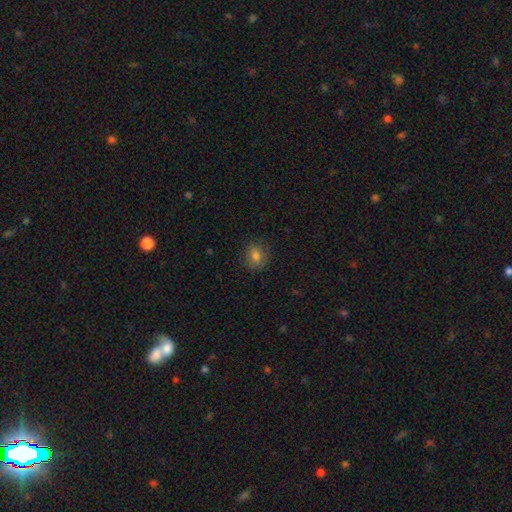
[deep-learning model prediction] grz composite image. It shows a smooth galaxy with no disk features (79%) that is round (68%). Merging: none (85%).